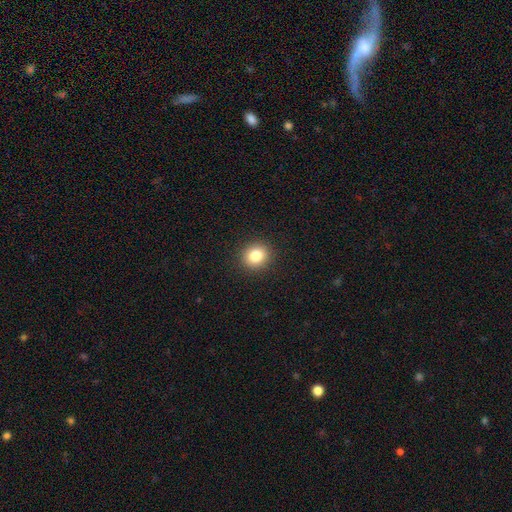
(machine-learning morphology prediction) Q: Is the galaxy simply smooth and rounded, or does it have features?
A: smooth — 82%.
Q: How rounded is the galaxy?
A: round — 84%.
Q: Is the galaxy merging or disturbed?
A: none — 91%.